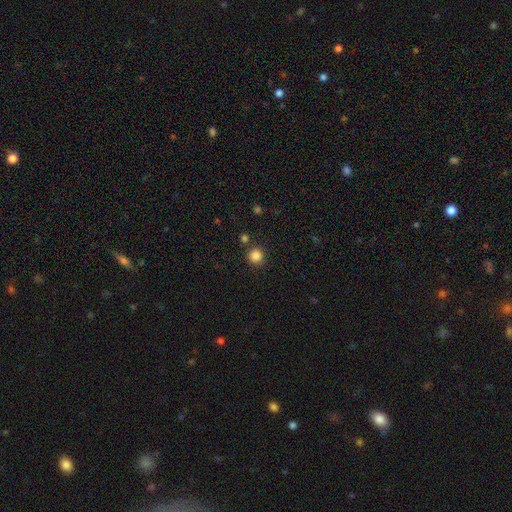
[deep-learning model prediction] Smooth or featured: smooth — 84% (star or artifact — 12%)
How rounded: round — 95% (in between — 4%)
Merging: none — 86% (minor disturbance — 6%)